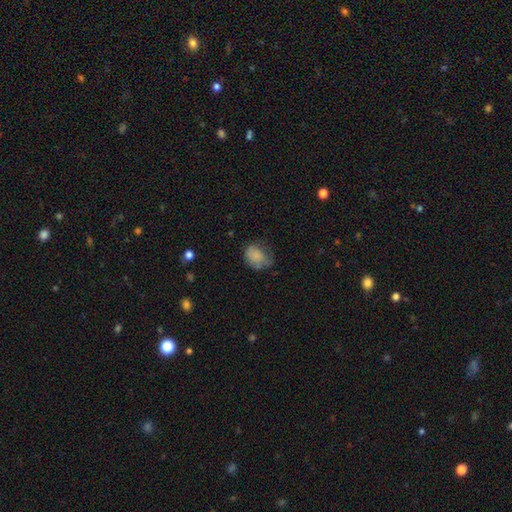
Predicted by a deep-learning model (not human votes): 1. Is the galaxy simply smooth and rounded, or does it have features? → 77% smooth, 14% featured or disk, 10% star or artifact.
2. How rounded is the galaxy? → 56% in between, 43% round, 1% cigar-shaped.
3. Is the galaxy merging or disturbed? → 40% none, 35% minor disturbance, 23% major disturbance, 2% merger.